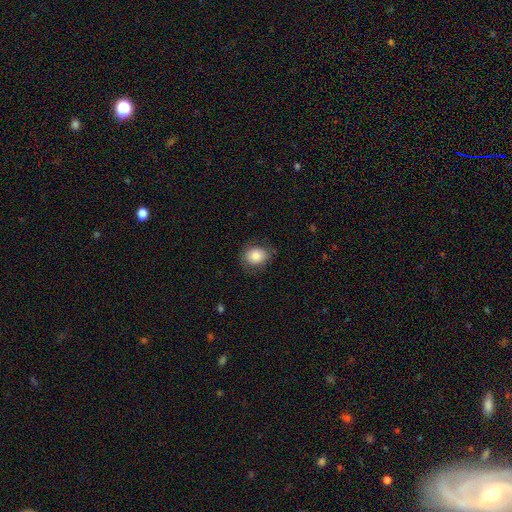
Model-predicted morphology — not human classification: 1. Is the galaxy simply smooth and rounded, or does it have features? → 82% smooth, 10% featured or disk, 8% star or artifact.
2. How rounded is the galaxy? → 54% round, 45% in between, 1% cigar-shaped.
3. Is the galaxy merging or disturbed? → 75% none, 18% minor disturbance, 6% major disturbance, 1% merger.